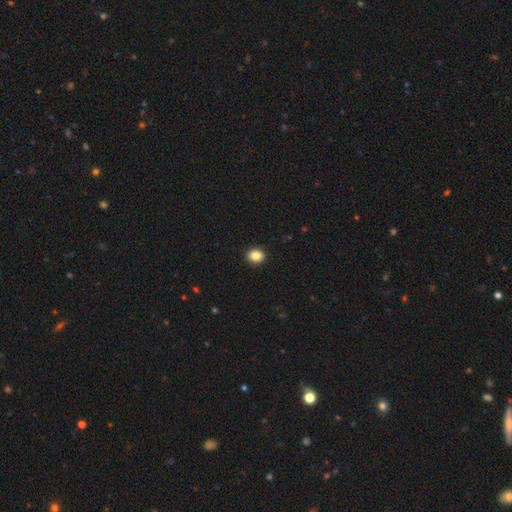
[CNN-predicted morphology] Smooth or featured: smooth — 86% (star or artifact — 9%)
How rounded: round — 64% (in between — 36%)
Merging: none — 92% (minor disturbance — 5%)